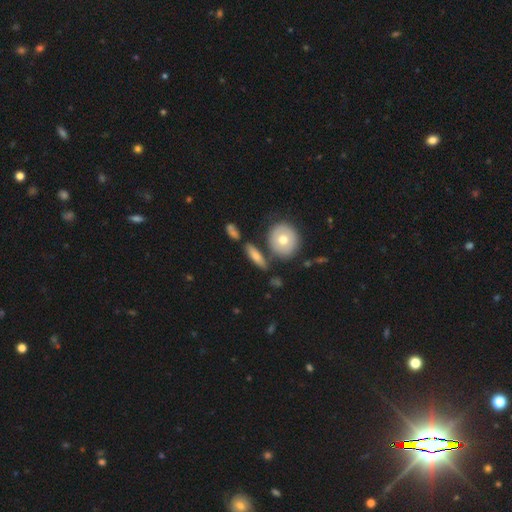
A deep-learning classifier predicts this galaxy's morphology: smooth 60%, featured or disk 33%, star or artifact 7%. Down the decision tree: how rounded — in between (48%); merging — none (75%).